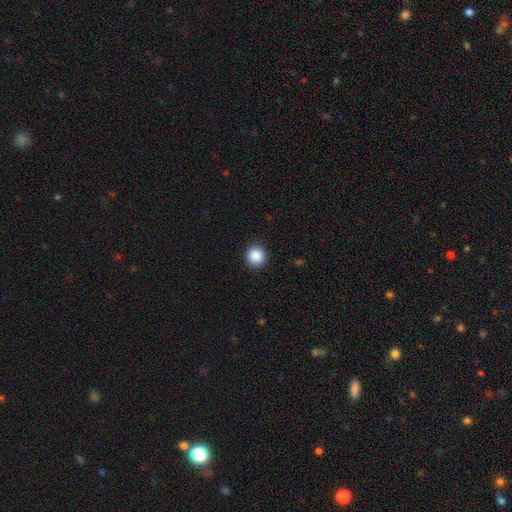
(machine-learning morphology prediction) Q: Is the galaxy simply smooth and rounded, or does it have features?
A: smooth — 88%.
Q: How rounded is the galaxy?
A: round — 94%.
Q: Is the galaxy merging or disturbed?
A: none — 92%.